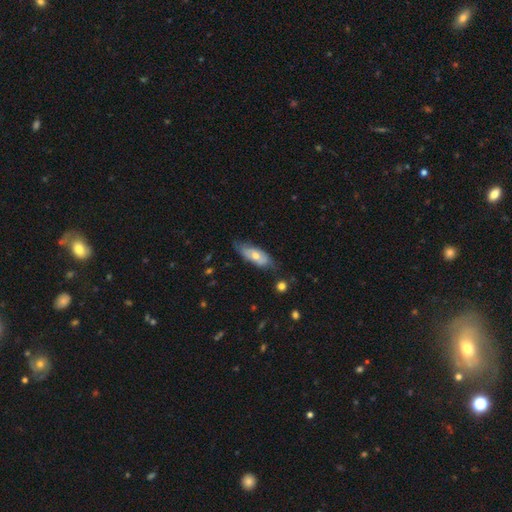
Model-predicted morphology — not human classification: Smooth or featured?
  - smooth: 52% *
  - featured or disk: 42%
  - star or artifact: 6%
How rounded?
  - in between: 75% *
  - cigar-shaped: 22%
  - round: 3%
Merging?
  - none: 65% *
  - minor disturbance: 27%
  - major disturbance: 6%
  - merger: 2%